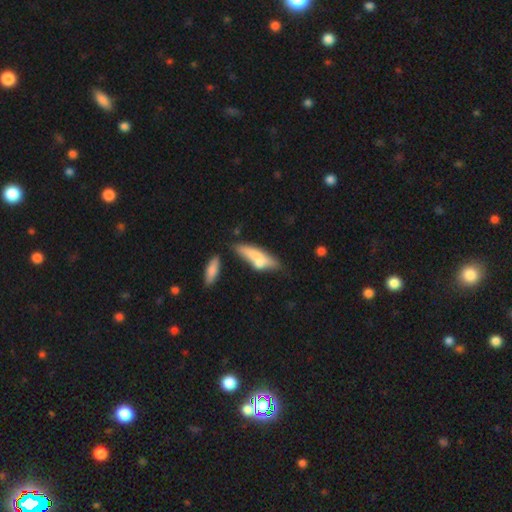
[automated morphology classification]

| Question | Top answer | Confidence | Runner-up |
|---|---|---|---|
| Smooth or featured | smooth | 63% | featured or disk (31%) |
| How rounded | cigar-shaped | 62% | in between (36%) |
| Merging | none | 48% | merger (24%) |